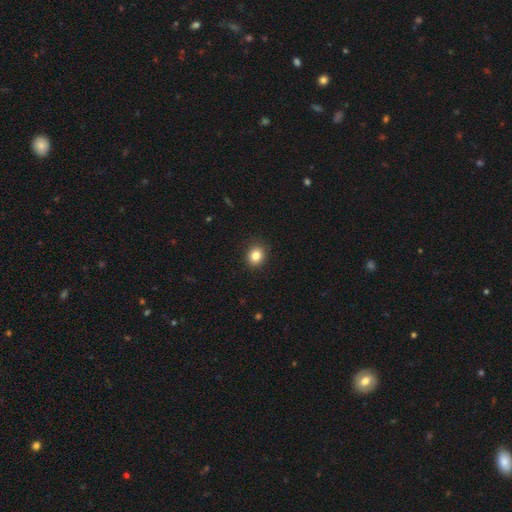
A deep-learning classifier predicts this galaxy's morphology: The model was most divided on "how rounded": round: 75%, in between: 24%, cigar-shaped: 1%. More confident: merging — none (91%); smooth or featured — smooth (84%).